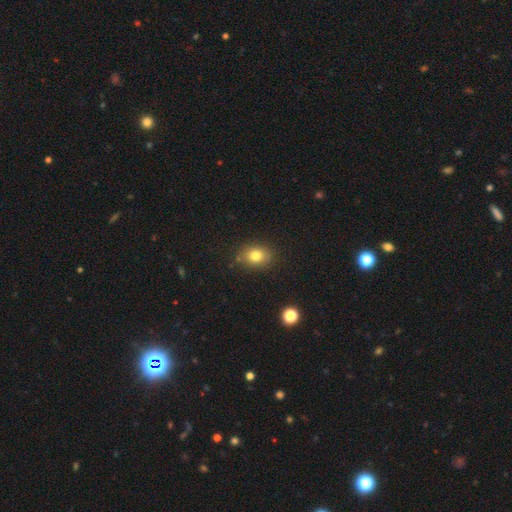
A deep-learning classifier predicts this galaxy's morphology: This is likely a smooth galaxy (79%). How rounded: possibly in between (56%). Merging: clearly none (84%).